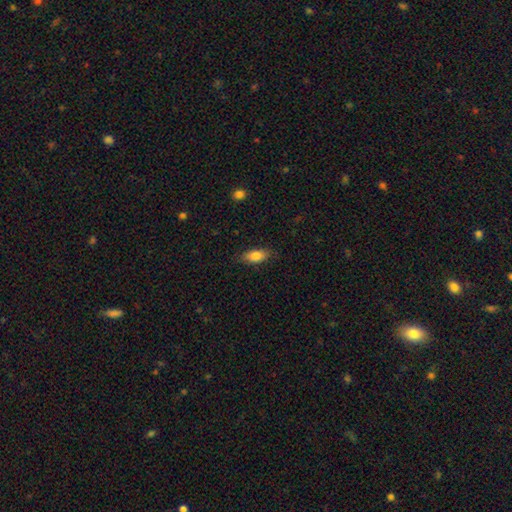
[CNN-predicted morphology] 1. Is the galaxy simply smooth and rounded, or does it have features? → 81% smooth, 12% featured or disk, 7% star or artifact.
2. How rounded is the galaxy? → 82% in between, 14% cigar-shaped, 3% round.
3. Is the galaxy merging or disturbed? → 81% none, 14% minor disturbance, 3% major disturbance, 1% merger.